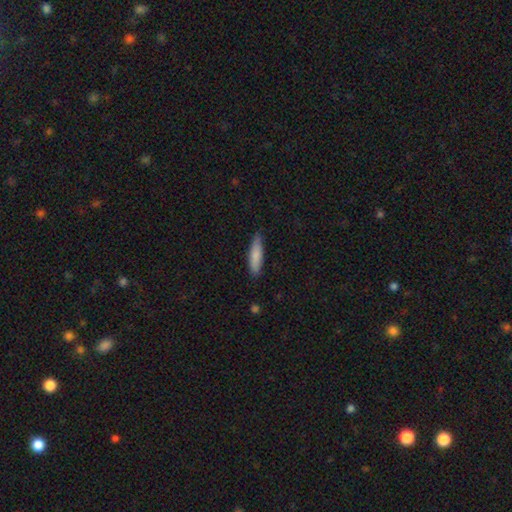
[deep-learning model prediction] A smooth galaxy with no disk features (83%) that is cigar-shaped (76%).

Vote fractions:
- Smooth or featured? smooth: 83% / featured or disk: 12% / star or artifact: 6%
- How rounded? cigar-shaped: 76% / in between: 23% / round: 1%
- Merging? none: 85% / minor disturbance: 12% / major disturbance: 2% / merger: 1%